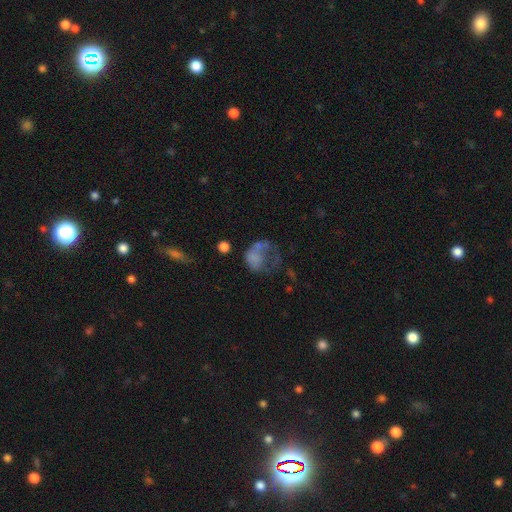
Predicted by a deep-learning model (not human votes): The model was most divided on "smooth or featured": smooth: 50%, featured or disk: 36%, star or artifact: 14%. Remaining: merging — major disturbance (50%).